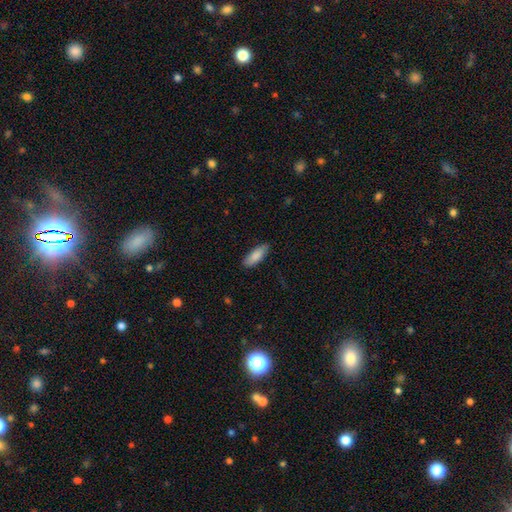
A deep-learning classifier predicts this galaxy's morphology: Smooth or featured? smooth (87%)
How rounded? in between (68%)
Merging? none (83%)